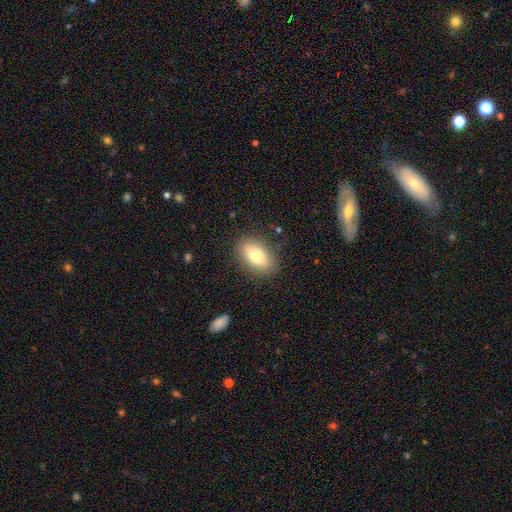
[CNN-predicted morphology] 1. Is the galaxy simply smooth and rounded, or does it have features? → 76% smooth, 16% featured or disk, 8% star or artifact.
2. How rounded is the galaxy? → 88% in between, 7% round, 5% cigar-shaped.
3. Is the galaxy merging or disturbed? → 84% none, 11% minor disturbance, 3% major disturbance, 1% merger.